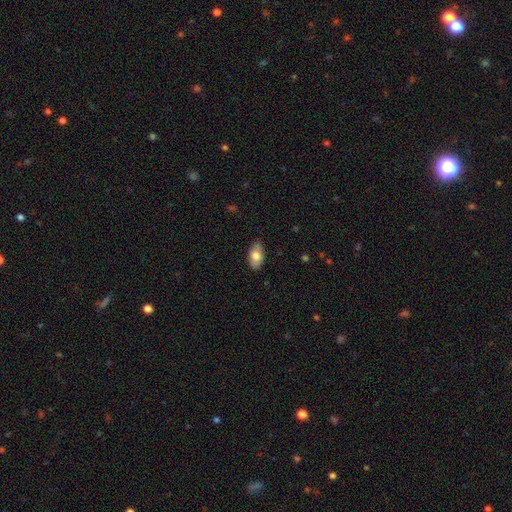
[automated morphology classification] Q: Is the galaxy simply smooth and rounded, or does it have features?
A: smooth — 76%.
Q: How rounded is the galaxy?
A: in between — 93%.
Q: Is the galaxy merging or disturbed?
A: none — 83%.